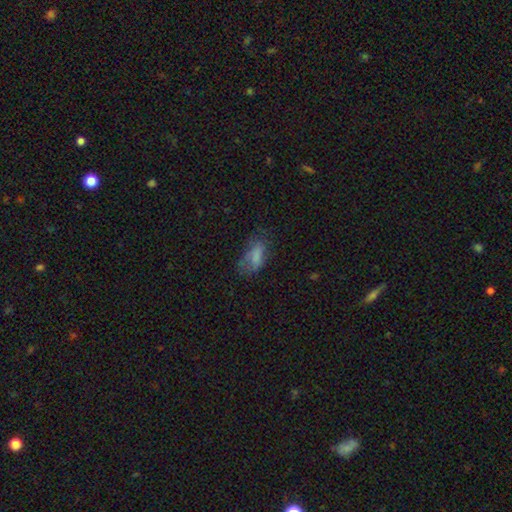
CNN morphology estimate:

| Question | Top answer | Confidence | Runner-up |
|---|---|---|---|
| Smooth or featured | smooth | 69% | featured or disk (20%) |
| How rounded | in between | 86% | cigar-shaped (10%) |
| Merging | none | 41% | minor disturbance (29%) |